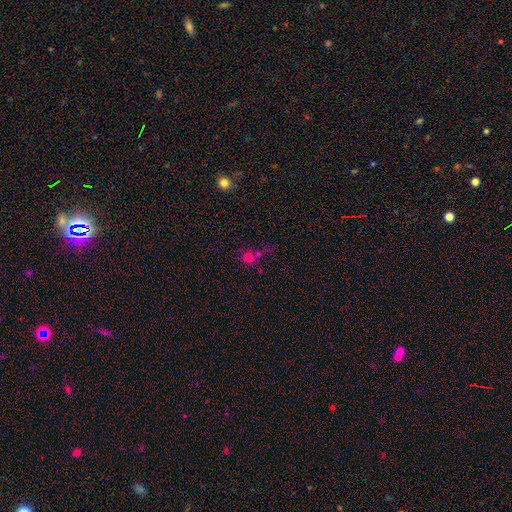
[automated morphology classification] Smooth or featured?
  - smooth: 52% *
  - star or artifact: 38%
  - featured or disk: 11%
How rounded?
  - round: 90% *
  - in between: 9%
  - cigar-shaped: 1%
Merging?
  - none: 58% *
  - merger: 27%
  - minor disturbance: 9%
  - major disturbance: 6%